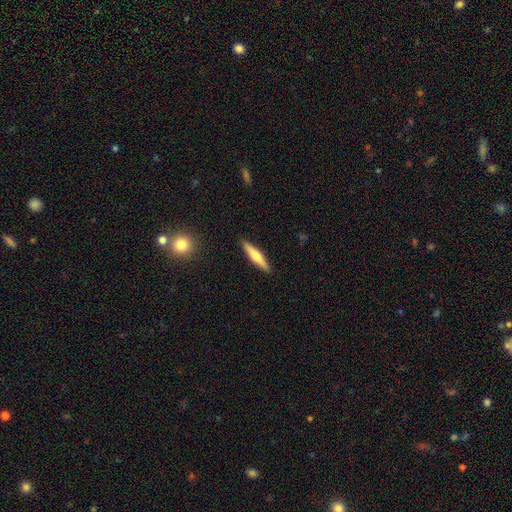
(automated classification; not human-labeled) The model was most divided on "smooth or featured": smooth: 55%, featured or disk: 40%, star or artifact: 6%. More confident: merging — none (90%); how rounded — cigar-shaped (86%).